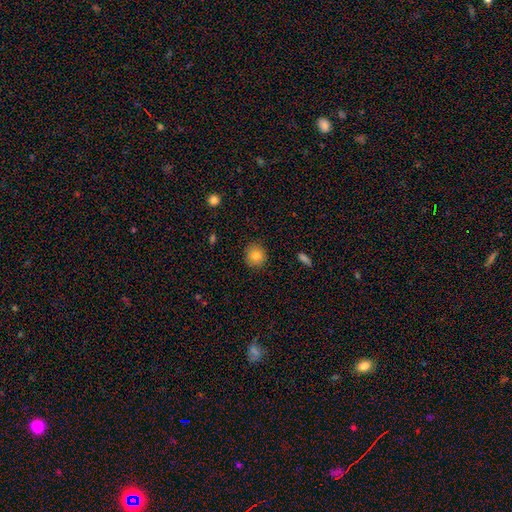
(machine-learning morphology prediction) Overall: smooth (82%). How rounded: round (90%). Merging: none (90%).